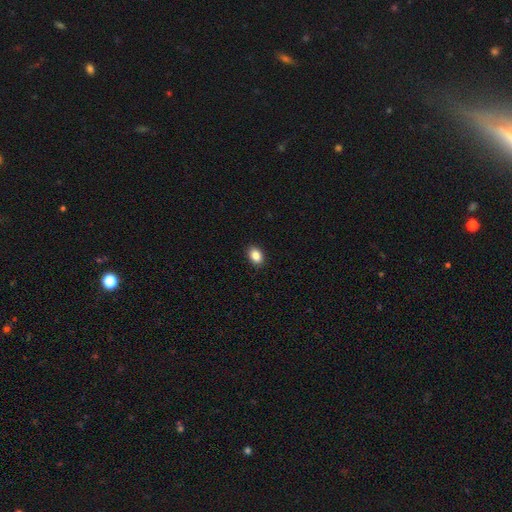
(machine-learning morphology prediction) Overall: smooth (88%). How rounded: in between (78%). Merging: none (90%).